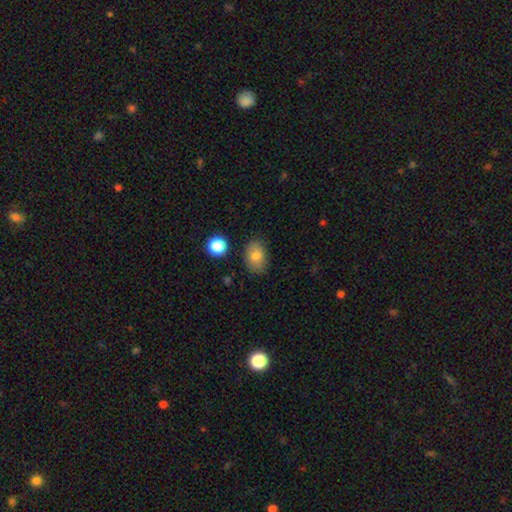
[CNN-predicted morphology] Overall: smooth (79%). How rounded: in between (78%). Merging: none (80%).